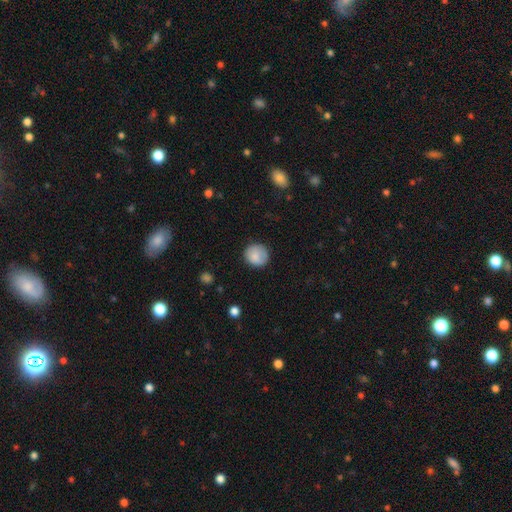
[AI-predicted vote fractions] This is clearly a smooth galaxy (84%). How rounded: clearly round (90%). Merging: clearly none (82%).